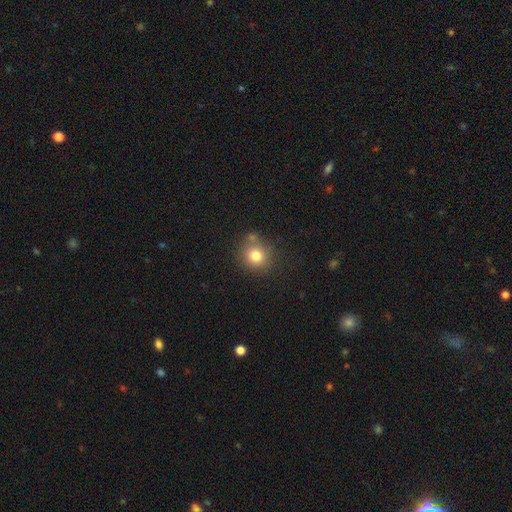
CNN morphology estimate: Smooth or featured: smooth — 79% (star or artifact — 12%)
How rounded: round — 87% (in between — 13%)
Merging: none — 71% (minor disturbance — 13%)